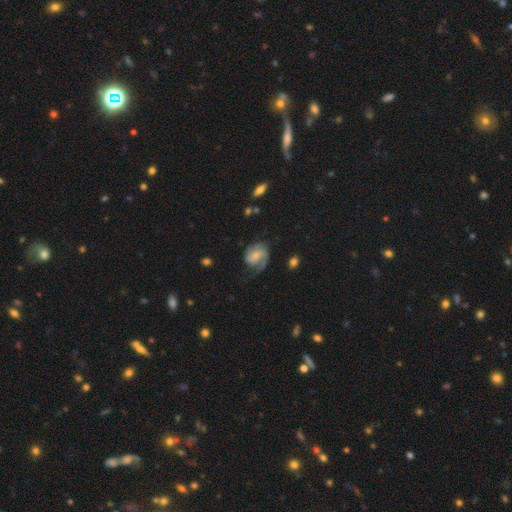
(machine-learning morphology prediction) A featured or disk galaxy (68%) with no bar (49%), 2 (47%) medium (43%) spiral arms (92%) and a small central bulge (45%).

Vote fractions:
- Smooth or featured? featured or disk: 68% / smooth: 25% / star or artifact: 7%
- Edge-on disk? no: 97% / yes: 3%
- Bar? no: 49% / weak: 41% / strong: 10%
- Spiral arms? yes: 92% / no: 8%
- Spiral winding? medium: 43% / loose: 29% / tight: 27%
- Spiral arm count? 2: 47% / 1: 34% / can't tell: 11% / 3: 5% / 4: 2% / more than 4: 2%
- Bulge size? small: 45% / moderate: 26% / none: 21% / large: 6% / dominant: 2%
- Merging? none: 50% / major disturbance: 25% / minor disturbance: 23% / merger: 2%